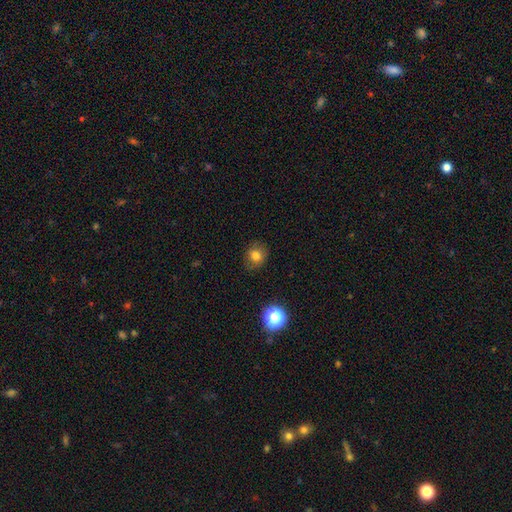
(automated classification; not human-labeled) Smooth or featured? smooth (75%)
How rounded? round (74%)
Merging? none (84%)